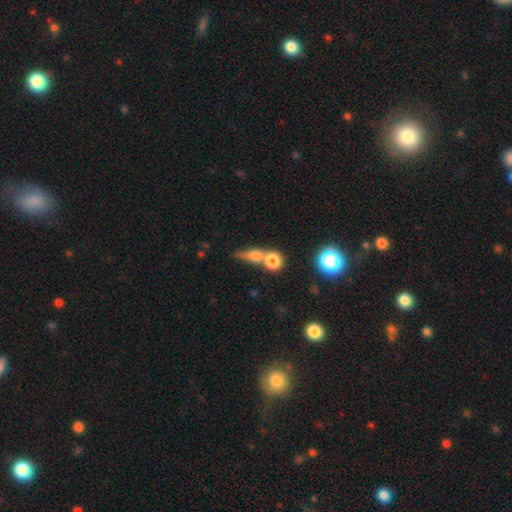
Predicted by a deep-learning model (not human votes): A smooth galaxy with no disk features (69%) that is round (54%).

Vote fractions:
- Smooth or featured? smooth: 69% / featured or disk: 19% / star or artifact: 12%
- How rounded? round: 54% / in between: 29% / cigar-shaped: 17%
- Merging? merger: 56% / none: 30% / minor disturbance: 8% / major disturbance: 6%